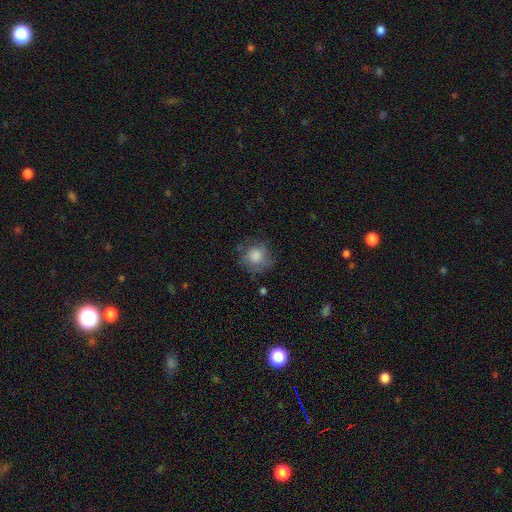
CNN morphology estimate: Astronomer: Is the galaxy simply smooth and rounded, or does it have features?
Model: smooth — 75%.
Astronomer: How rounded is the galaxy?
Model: round — 87%.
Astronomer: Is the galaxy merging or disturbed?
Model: none — 67%.